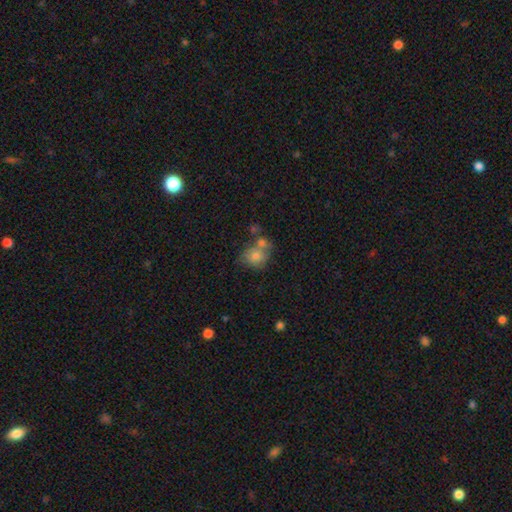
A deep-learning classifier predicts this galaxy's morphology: type=smooth (74%); roundness=round (66%); merging=none (41%).